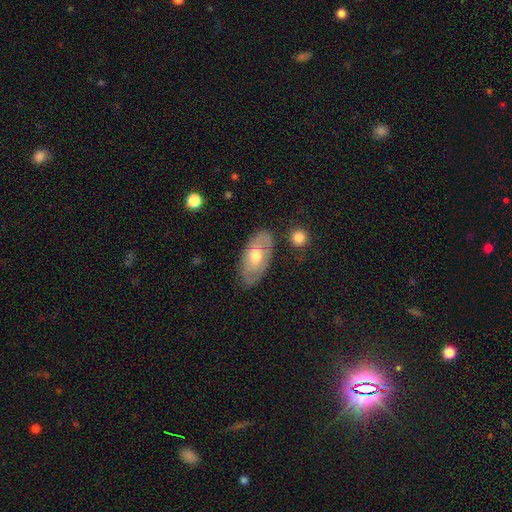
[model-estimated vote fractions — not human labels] Smooth or featured? Predicted: featured or disk (p=0.51). Edge-on disk? Predicted: no (p=0.85). Merging? Predicted: none (p=0.74).